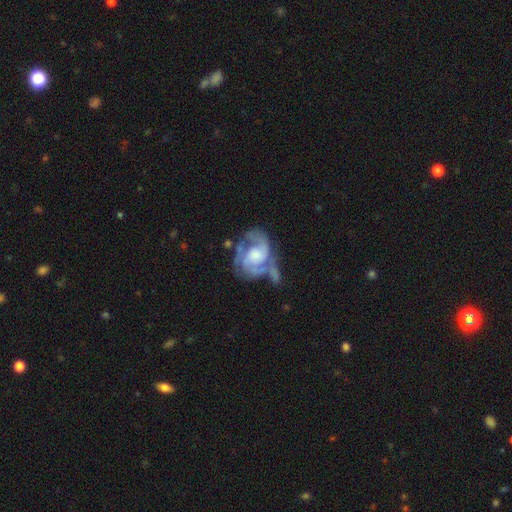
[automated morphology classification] Smooth or featured?
  - featured or disk: 87% *
  - smooth: 8%
  - star or artifact: 5%
Edge-on disk?
  - no: 98% *
  - yes: 2%
Bar?
  - no: 62% *
  - weak: 31%
  - strong: 7%
Spiral arms?
  - yes: 95% *
  - no: 5%
Spiral winding?
  - medium: 47% *
  - tight: 39%
  - loose: 14%
Spiral arm count?
  - 2: 62% *
  - 3: 14%
  - can't tell: 12%
  - 1: 5%
  - 4: 4%
  - more than 4: 3%
Bulge size?
  - moderate: 42% *
  - large: 24%
  - small: 21%
  - none: 11%
  - dominant: 2%
Merging?
  - none: 44% *
  - minor disturbance: 23%
  - major disturbance: 22%
  - merger: 12%